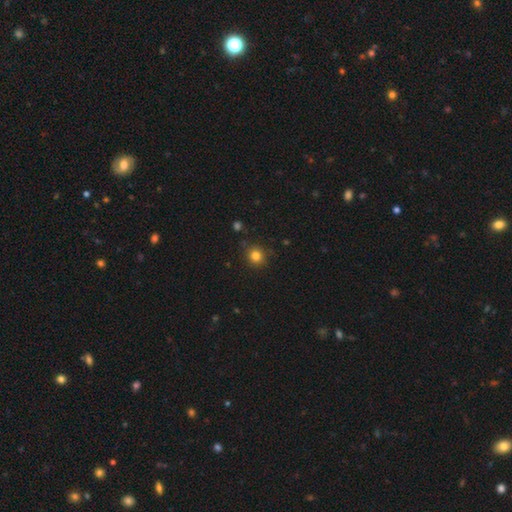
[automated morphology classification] A smooth galaxy with no disk features (82%) that is round (90%).

Vote fractions:
- Smooth or featured? smooth: 82% / star or artifact: 13% / featured or disk: 5%
- How rounded? round: 90% / in between: 9% / cigar-shaped: 1%
- Merging? none: 86% / minor disturbance: 9% / major disturbance: 3% / merger: 2%